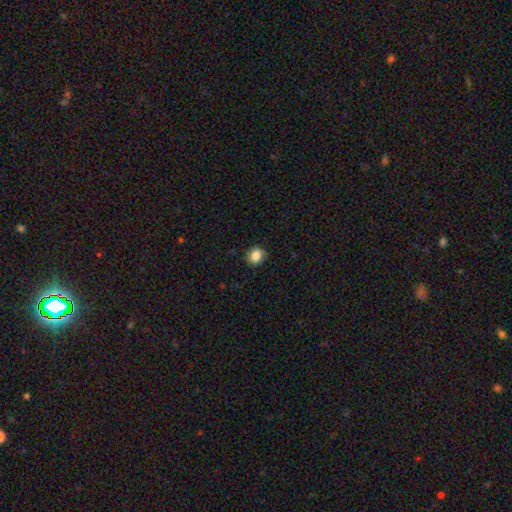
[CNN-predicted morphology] Overall: smooth (85%). How rounded: round (80%). Merging: none (86%).